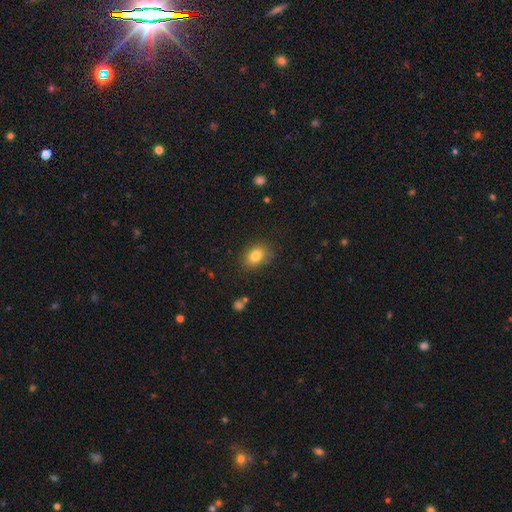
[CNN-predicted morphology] smooth_or_featured: smooth (p=0.82) [alt: star or artifact p=0.10]
how_rounded: in between (p=0.71) [alt: round p=0.27]
merging: none (p=0.79) [alt: minor disturbance p=0.16]